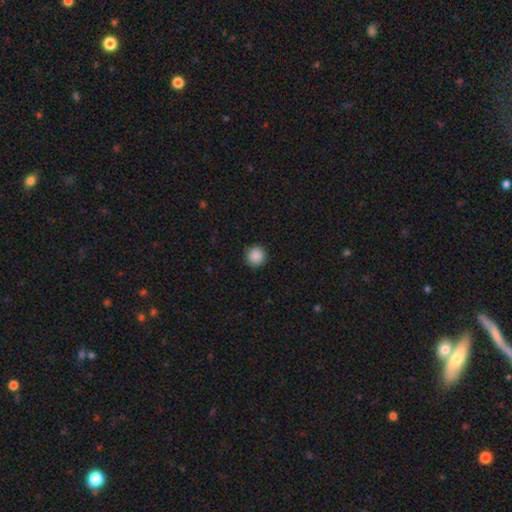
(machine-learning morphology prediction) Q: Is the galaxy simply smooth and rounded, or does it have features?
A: smooth — 88%.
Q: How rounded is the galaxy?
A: round — 95%.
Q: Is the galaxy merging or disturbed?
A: none — 92%.